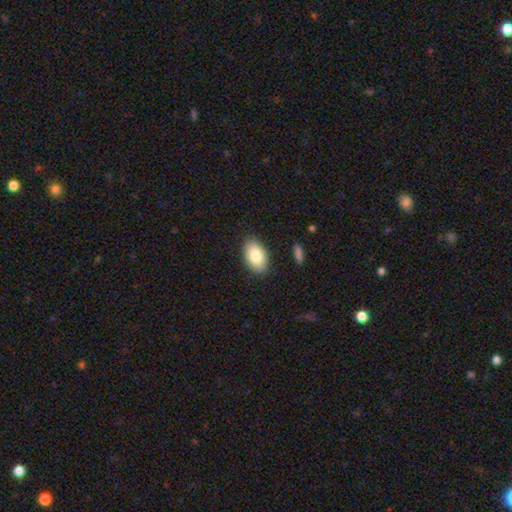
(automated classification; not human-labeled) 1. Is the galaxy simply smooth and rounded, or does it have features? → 83% smooth, 10% featured or disk, 6% star or artifact.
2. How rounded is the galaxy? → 93% in between, 5% round, 1% cigar-shaped.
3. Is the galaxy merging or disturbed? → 87% none, 10% minor disturbance, 2% major disturbance, 1% merger.